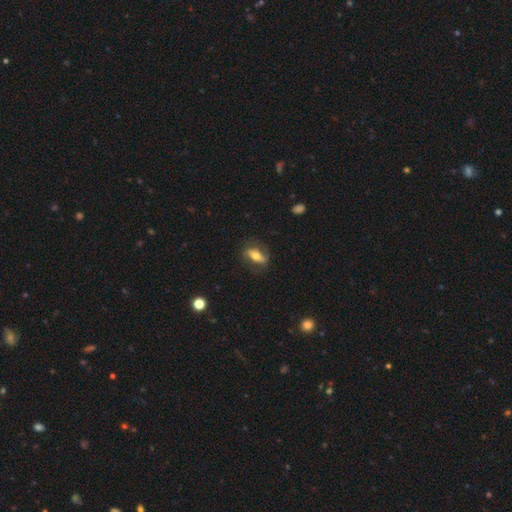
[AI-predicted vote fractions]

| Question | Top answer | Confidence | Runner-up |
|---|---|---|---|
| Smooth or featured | featured or disk | 53% | smooth (40%) |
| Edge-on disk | no | 66% | yes (34%) |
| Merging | none | 75% | minor disturbance (16%) |